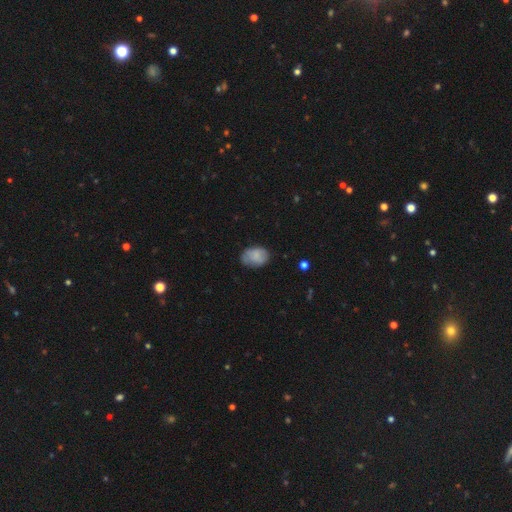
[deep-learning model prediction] This is likely a smooth galaxy (78%). How rounded: likely in between (77%). Merging: likely none (65%).